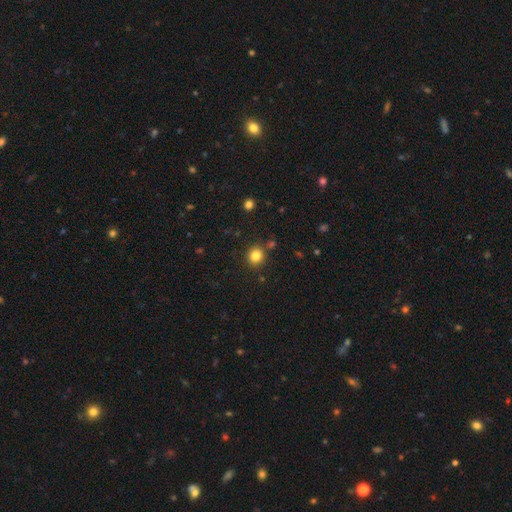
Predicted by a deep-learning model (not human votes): This appears to be a smooth galaxy with no disk features (83%) that is round (84%). Merging: none (84%).